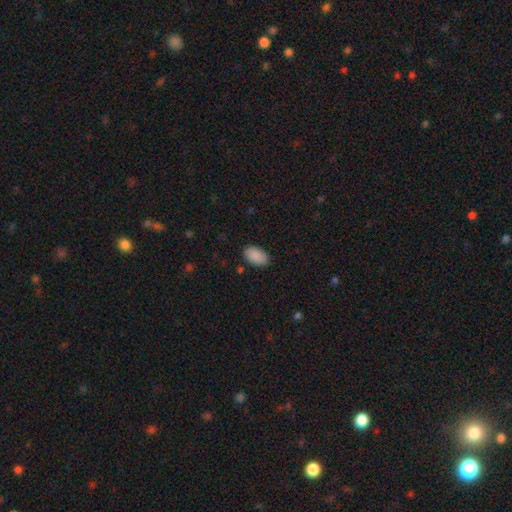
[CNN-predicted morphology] smooth_or_featured: smooth (p=0.90) [alt: star or artifact p=0.07]
how_rounded: in between (p=0.94) [alt: round p=0.05]
merging: none (p=0.87) [alt: minor disturbance p=0.09]